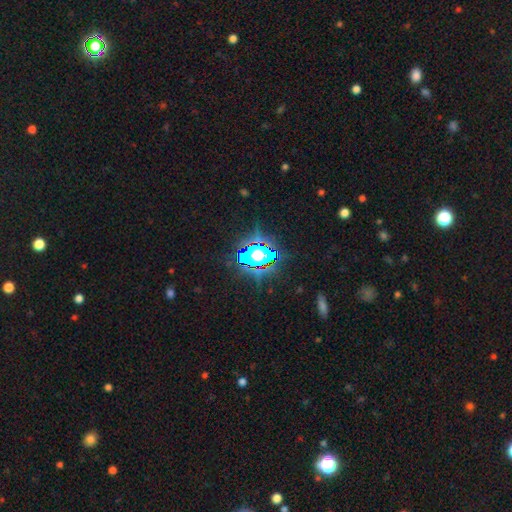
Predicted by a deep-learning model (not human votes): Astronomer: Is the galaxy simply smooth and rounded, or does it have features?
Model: star or artifact — 58%.